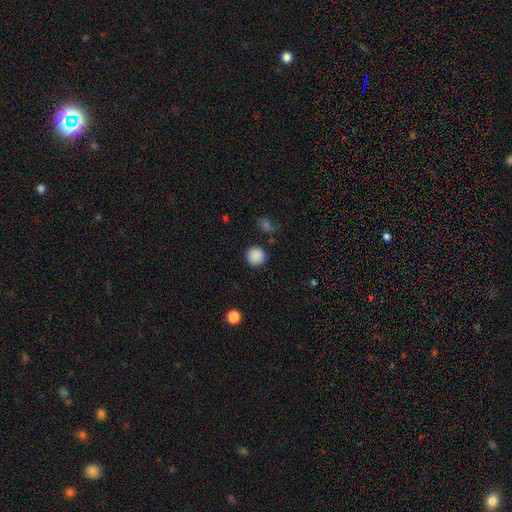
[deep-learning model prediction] A smooth galaxy with no disk features (88%) that is round (95%).

Vote fractions:
- Smooth or featured? smooth: 88% / star or artifact: 9% / featured or disk: 3%
- How rounded? round: 95% / in between: 4% / cigar-shaped: 1%
- Merging? none: 90% / minor disturbance: 6% / major disturbance: 2% / merger: 2%